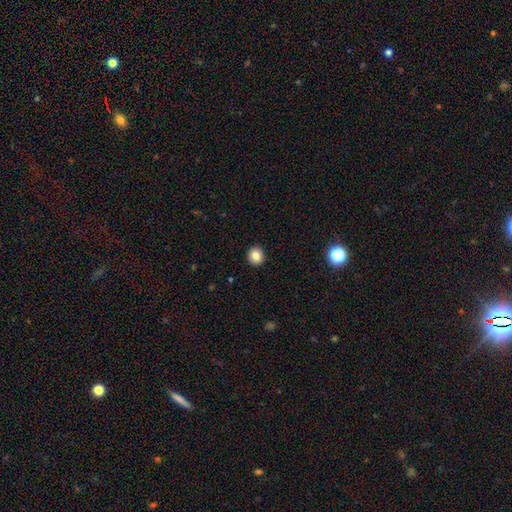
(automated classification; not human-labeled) smooth_or_featured: smooth (p=0.84) [alt: star or artifact p=0.10]
how_rounded: round (p=0.82) [alt: in between p=0.17]
merging: none (p=0.92) [alt: minor disturbance p=0.05]